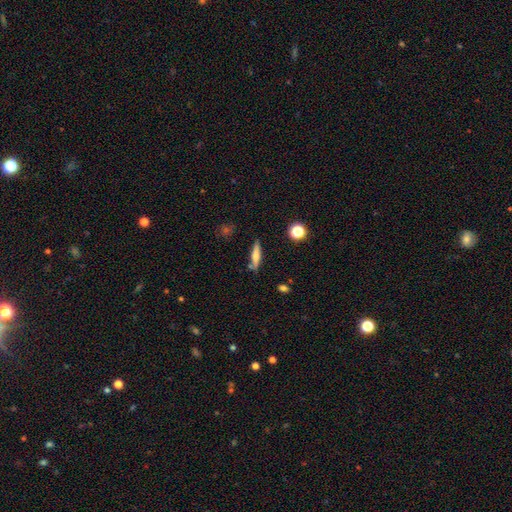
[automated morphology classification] Smooth or featured: smooth — 54% (featured or disk — 37%)
How rounded: cigar-shaped — 82% (in between — 15%)
Merging: none — 80% (minor disturbance — 13%)